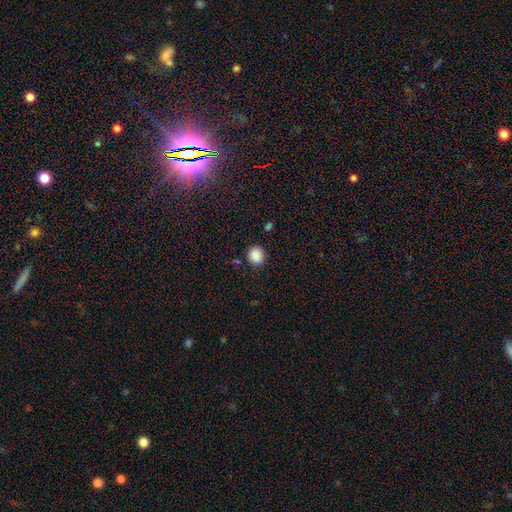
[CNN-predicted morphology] Smooth or featured? smooth (88%)
How rounded? round (72%)
Merging? none (86%)